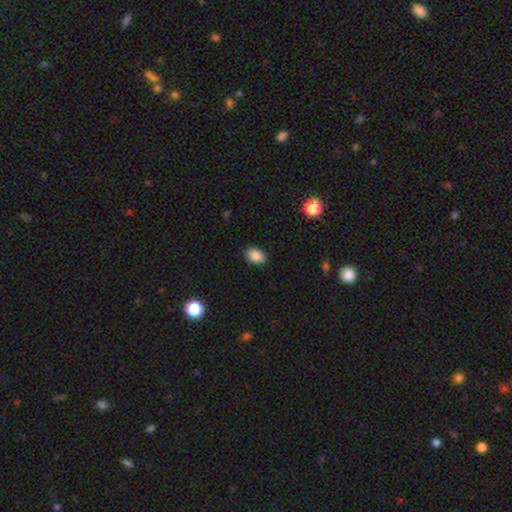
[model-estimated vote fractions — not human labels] A smooth galaxy with no disk features (87%) that is in between round and cigar-shaped (80%). Merging: none (87%).